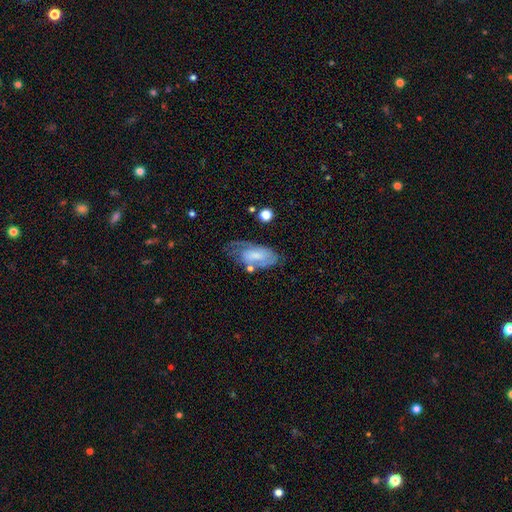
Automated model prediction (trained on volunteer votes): Q: Smooth or featured?
A: featured or disk (52%); runner-up: smooth (40%)
Q: Edge-on disk?
A: no (92%); runner-up: yes (8%)
Q: Merging?
A: none (42%); runner-up: minor disturbance (30%)